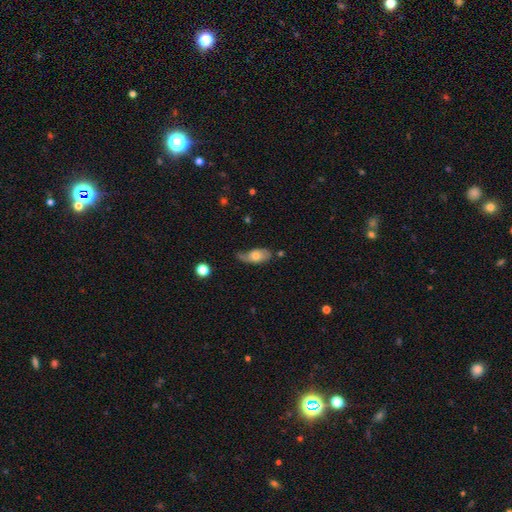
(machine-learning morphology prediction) A smooth galaxy with no disk features (59%) that is in between round and cigar-shaped (87%).

Vote fractions:
- Smooth or featured? smooth: 59% / featured or disk: 34% / star or artifact: 7%
- How rounded? in between: 87% / cigar-shaped: 7% / round: 5%
- Merging? none: 39% / minor disturbance: 35% / major disturbance: 20% / merger: 6%